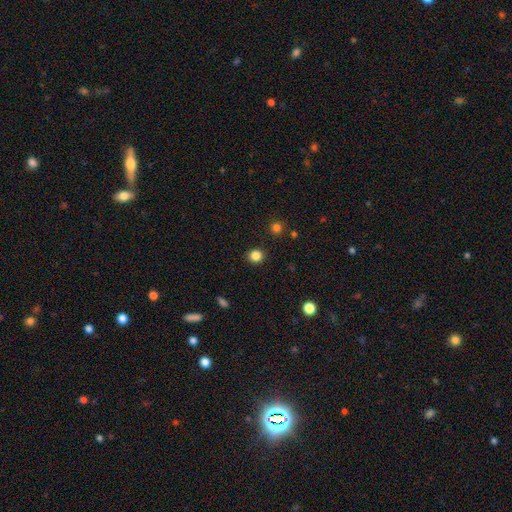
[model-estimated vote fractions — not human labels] Smooth or featured: smooth — 84% (star or artifact — 13%)
How rounded: round — 88% (in between — 11%)
Merging: none — 91% (minor disturbance — 6%)